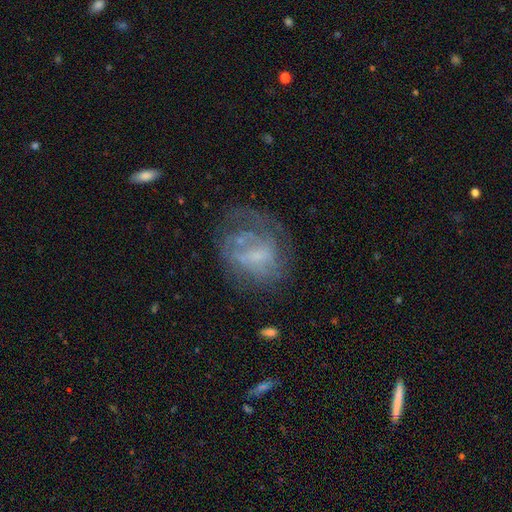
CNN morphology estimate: featured or disk 59%, smooth 29%, star or artifact 12%. Down the decision tree: edge-on disk — no (96%); bar — no (47%); spiral arms — yes (50%, tied with no); bulge size — small (38%); merging — none (43%).